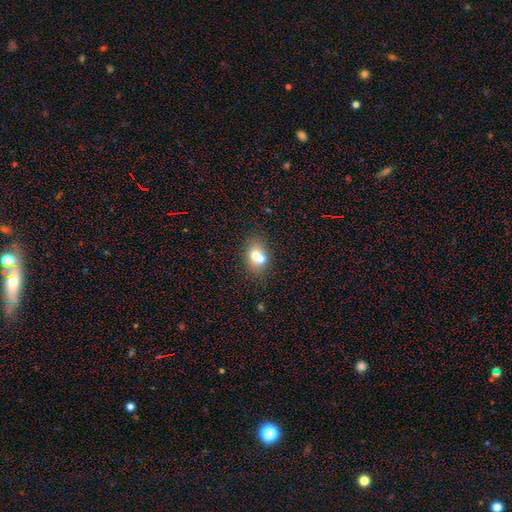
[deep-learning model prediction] This is likely a smooth galaxy (65%). How rounded: possibly in between (52%). Merging: marginally merger (44%, tied with none).